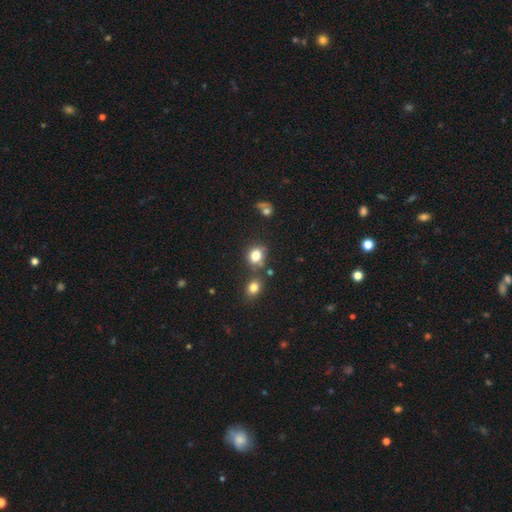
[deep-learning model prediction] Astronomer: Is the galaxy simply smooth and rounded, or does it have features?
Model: smooth — 79%.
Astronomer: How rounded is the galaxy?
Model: round — 69%.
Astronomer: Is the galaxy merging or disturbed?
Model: none — 64%.